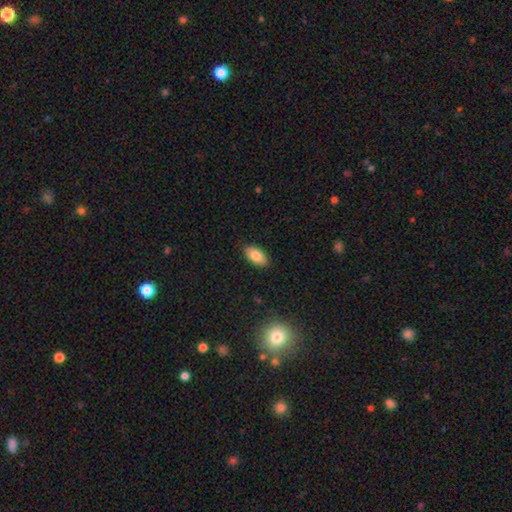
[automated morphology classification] Smooth or featured? smooth (83%)
How rounded? in between (93%)
Merging? none (86%)